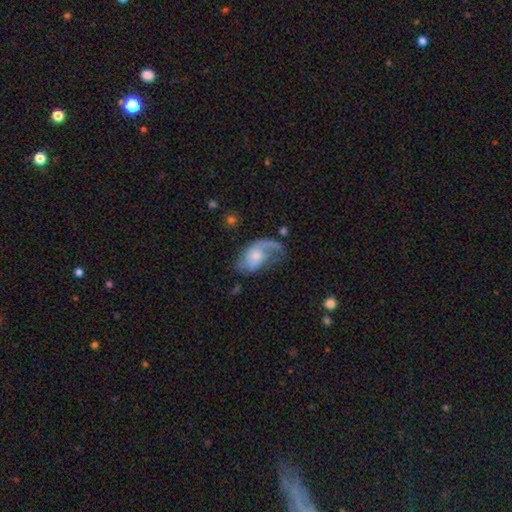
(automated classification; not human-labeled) featured or disk 66%, smooth 27%, star or artifact 7%. Down the decision tree: edge-on disk — no (95%); bar — no (66%); spiral arms — yes (87%); spiral arm count — 2 (47%); spiral winding — loose (58%); bulge size — moderate (43%); merging — none (40%).